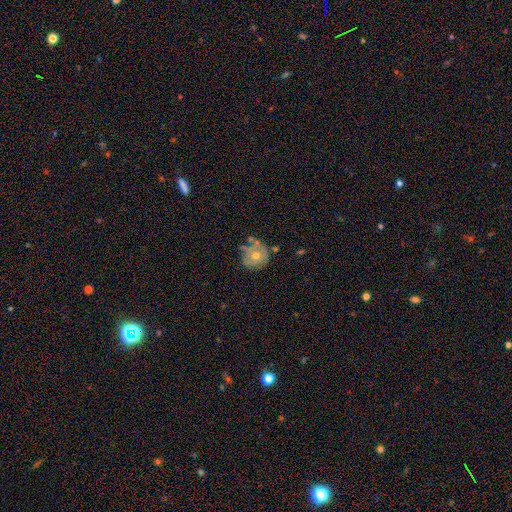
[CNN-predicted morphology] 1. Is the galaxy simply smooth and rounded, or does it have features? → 45% smooth (tied), 45% featured or disk (tied), 10% star or artifact.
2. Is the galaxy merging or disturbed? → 57% none, 24% minor disturbance, 10% merger, 9% major disturbance.